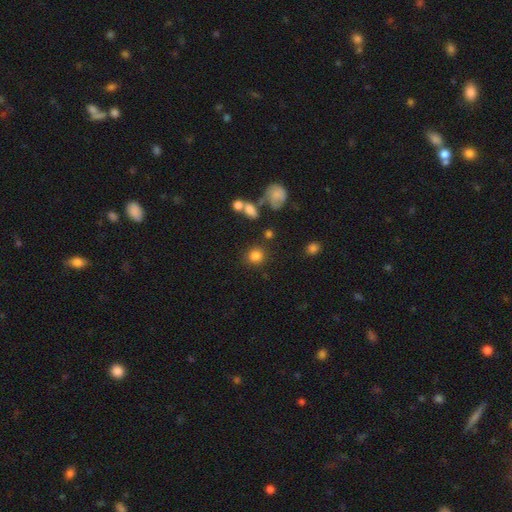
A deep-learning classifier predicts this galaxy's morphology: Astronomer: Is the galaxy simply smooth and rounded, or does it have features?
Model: smooth — 82%.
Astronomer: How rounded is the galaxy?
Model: round — 85%.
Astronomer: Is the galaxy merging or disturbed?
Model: none — 81%.